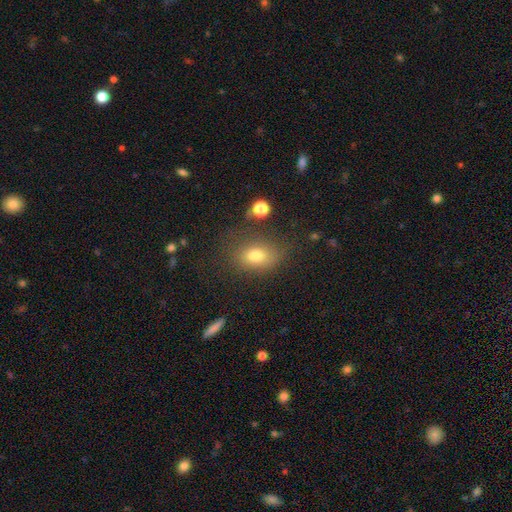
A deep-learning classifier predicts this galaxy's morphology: Smooth or featured?
  - smooth: 76% *
  - star or artifact: 12%
  - featured or disk: 12%
How rounded?
  - in between: 78% *
  - round: 20%
  - cigar-shaped: 2%
Merging?
  - none: 68% *
  - minor disturbance: 19%
  - major disturbance: 9%
  - merger: 4%